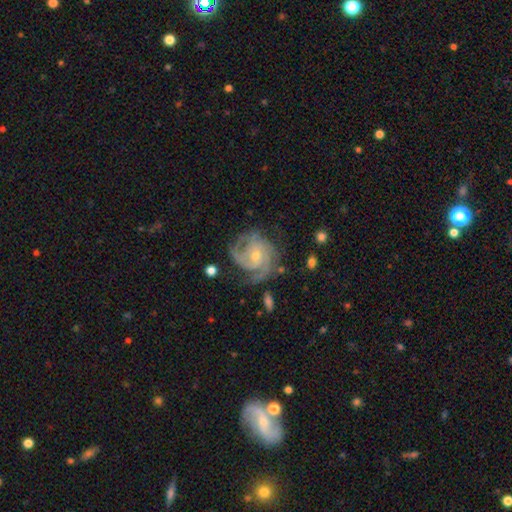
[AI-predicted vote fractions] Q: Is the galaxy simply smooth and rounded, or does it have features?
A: featured or disk — 89%.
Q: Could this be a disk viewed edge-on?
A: no — 98%.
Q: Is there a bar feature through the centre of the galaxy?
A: no — 65%.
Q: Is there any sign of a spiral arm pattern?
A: yes — 97%.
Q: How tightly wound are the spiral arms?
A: tight — 57%.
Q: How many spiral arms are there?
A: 3 — 44%.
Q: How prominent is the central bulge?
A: small — 57%.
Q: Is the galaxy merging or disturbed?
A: none — 66%.